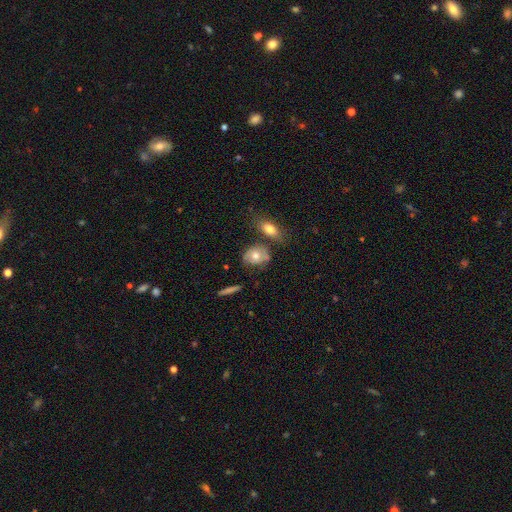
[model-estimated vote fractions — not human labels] Smooth or featured: smooth — 60% (featured or disk — 32%)
How rounded: in between — 60% (round — 37%)
Merging: none — 55% (minor disturbance — 22%)